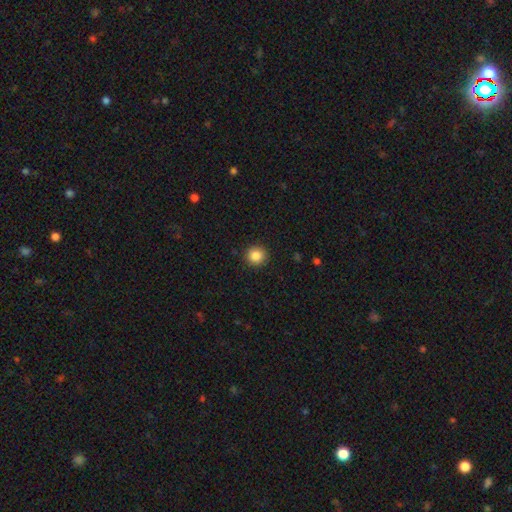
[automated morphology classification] Smooth or featured? Predicted: smooth (p=0.86). How rounded? Predicted: round (p=0.94). Merging? Predicted: none (p=0.92).